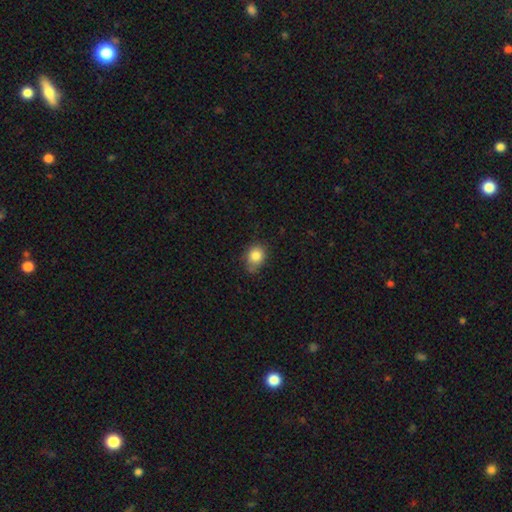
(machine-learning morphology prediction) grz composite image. It shows a smooth galaxy with no disk features (84%) that is round (58%). Merging: none (66%).